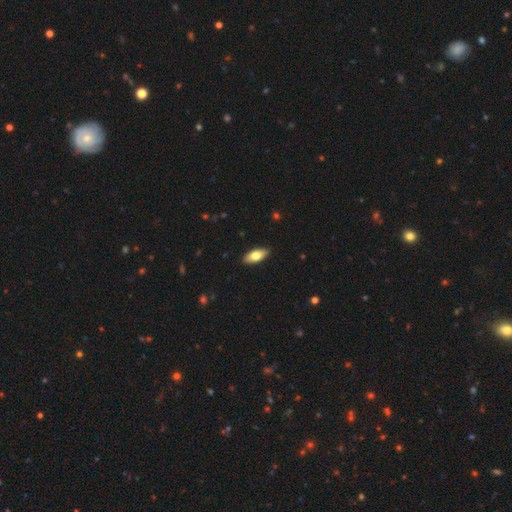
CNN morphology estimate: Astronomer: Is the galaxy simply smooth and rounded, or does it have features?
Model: smooth — 74%.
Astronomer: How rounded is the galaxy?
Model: in between — 86%.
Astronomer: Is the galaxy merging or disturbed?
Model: none — 90%.